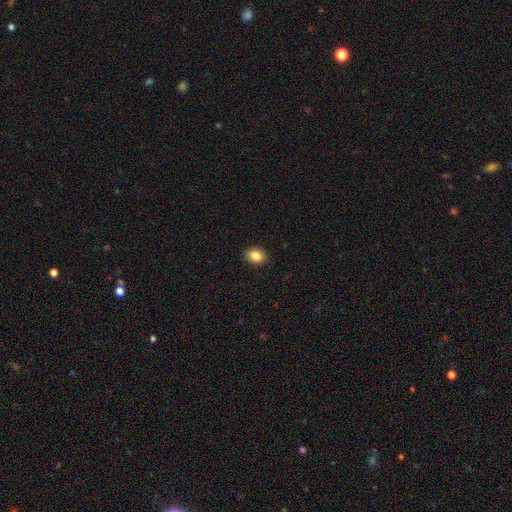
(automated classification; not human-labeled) The model was most divided on "how rounded": in between: 55%, round: 44%, cigar-shaped: 1%. More confident: merging — none (90%); smooth or featured — smooth (86%).